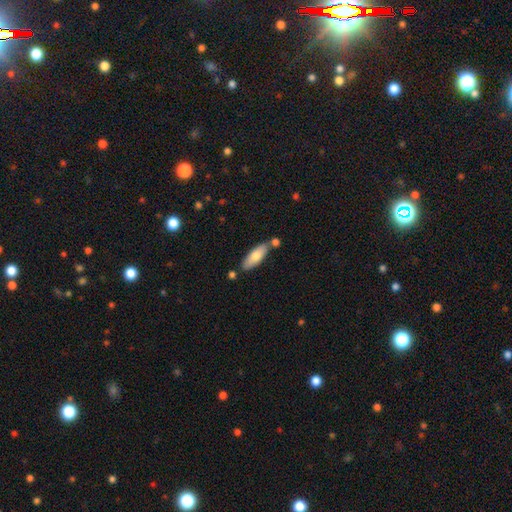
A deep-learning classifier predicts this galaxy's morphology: The model was most divided on "how rounded": in between: 61%, cigar-shaped: 37%, round: 2%. More confident: merging — none (72%); smooth or featured — smooth (71%).